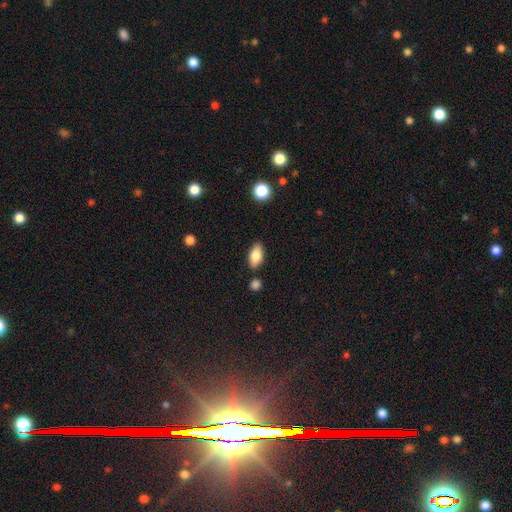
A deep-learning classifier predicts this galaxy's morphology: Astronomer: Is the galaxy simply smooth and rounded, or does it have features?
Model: smooth — 80%.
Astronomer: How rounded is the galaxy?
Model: in between — 88%.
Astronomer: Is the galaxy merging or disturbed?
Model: none — 83%.